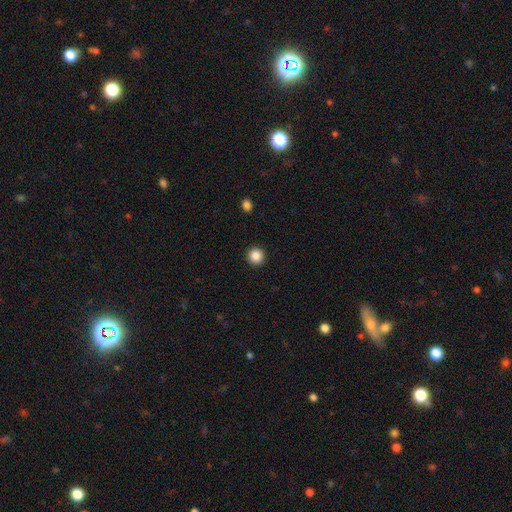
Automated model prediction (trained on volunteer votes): smooth 87%, star or artifact 10%, featured or disk 3%. Down the decision tree: how rounded — round (94%); merging — none (93%).